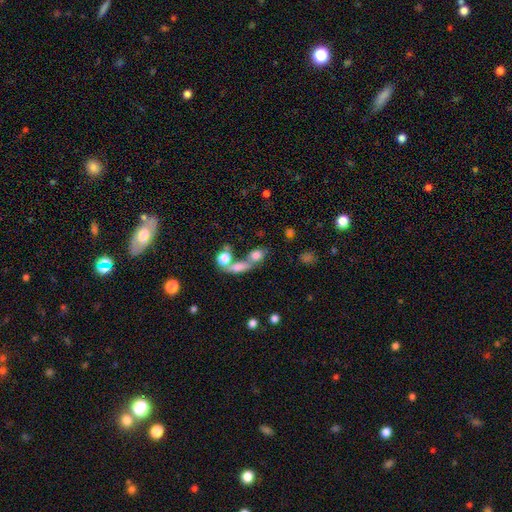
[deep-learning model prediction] smooth_or_featured: smooth (p=0.74) [alt: featured or disk p=0.13]
how_rounded: in between (p=0.54) [alt: round p=0.37]
merging: merger (p=0.49) [alt: none p=0.32]